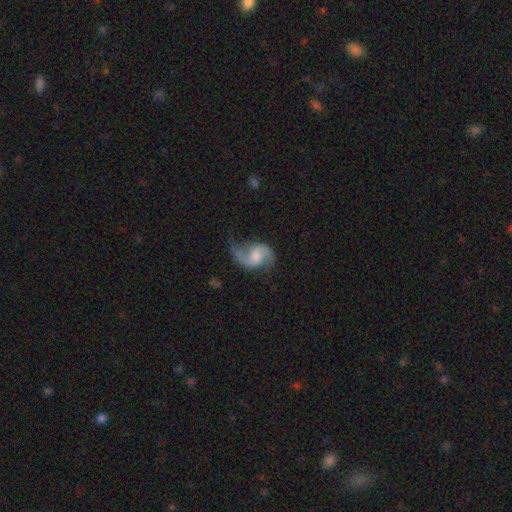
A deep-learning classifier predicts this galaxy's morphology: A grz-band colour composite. It shows a featured or disk galaxy (86%) with no bar (48%), 2 (88%) loose (60%) spiral arms (97%) and a moderate central bulge (43%). Merging: none (59%).